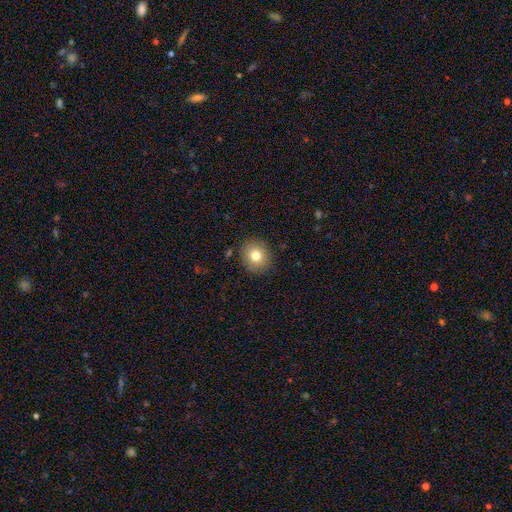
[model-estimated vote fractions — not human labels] Smooth or featured?
  - smooth: 78% *
  - star or artifact: 11%
  - featured or disk: 11%
How rounded?
  - round: 81% *
  - in between: 18%
  - cigar-shaped: 1%
Merging?
  - none: 88% *
  - minor disturbance: 8%
  - major disturbance: 2%
  - merger: 1%